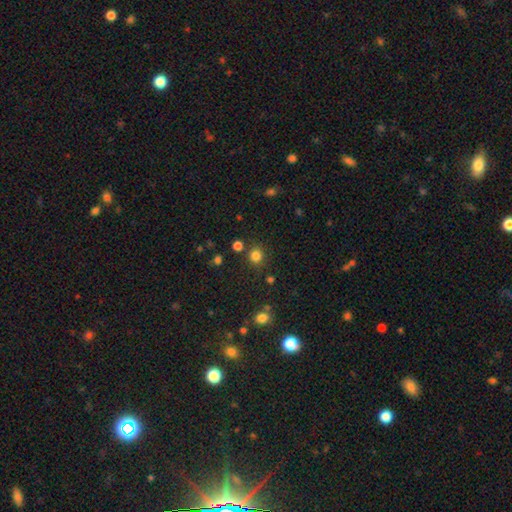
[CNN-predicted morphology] A smooth galaxy with no disk features (81%) that is round (88%). Merging: none (83%).